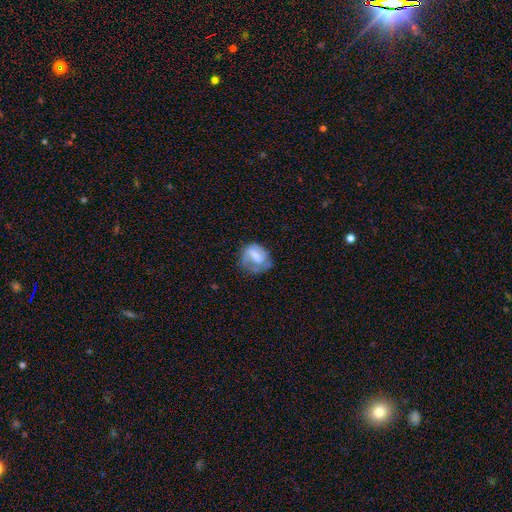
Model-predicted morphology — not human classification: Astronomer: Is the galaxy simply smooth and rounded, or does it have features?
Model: featured or disk — 49% (runner-up: smooth, 44%).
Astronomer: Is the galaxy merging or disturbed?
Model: none — 49% (runner-up: minor disturbance, 28%).